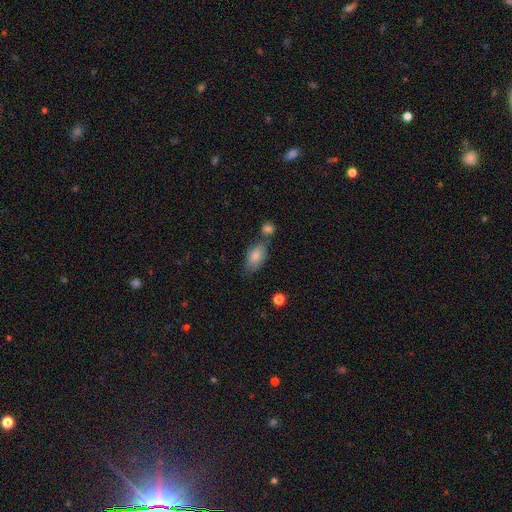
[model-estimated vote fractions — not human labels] The model was most divided on "merging": none: 53%, merger: 21%, minor disturbance: 20%, major disturbance: 6%. More confident: how rounded — in between (91%); smooth or featured — smooth (81%).